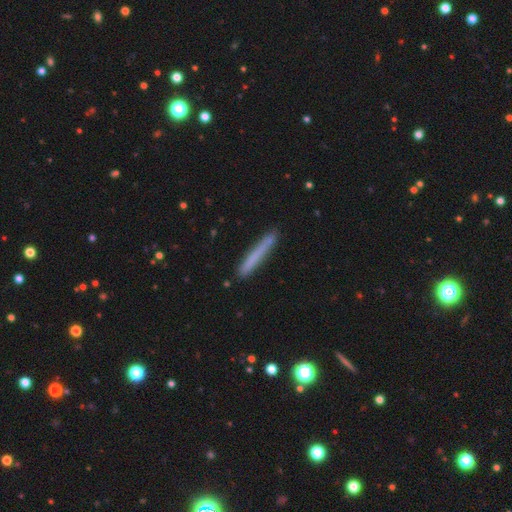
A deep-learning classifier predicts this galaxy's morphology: This is likely a smooth galaxy (69%). How rounded: clearly cigar-shaped (96%). Merging: clearly none (85%).